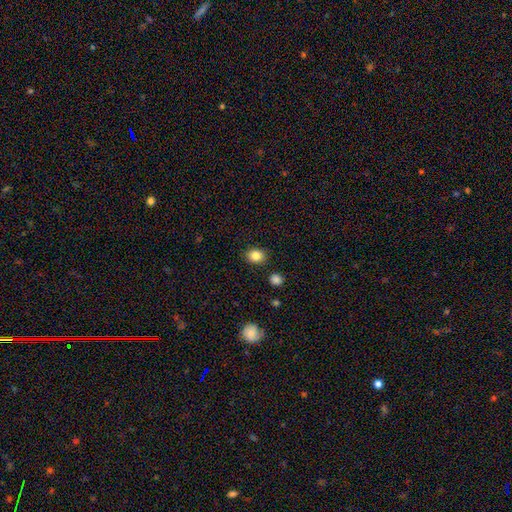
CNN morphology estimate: smooth-or-featured: smooth: 85% | star or artifact: 10% | featured or disk: 6%
  how-rounded: round: 54% | in between: 45% | cigar-shaped: 1%
  merging: none: 87% | minor disturbance: 8% | merger: 2% | major disturbance: 2%